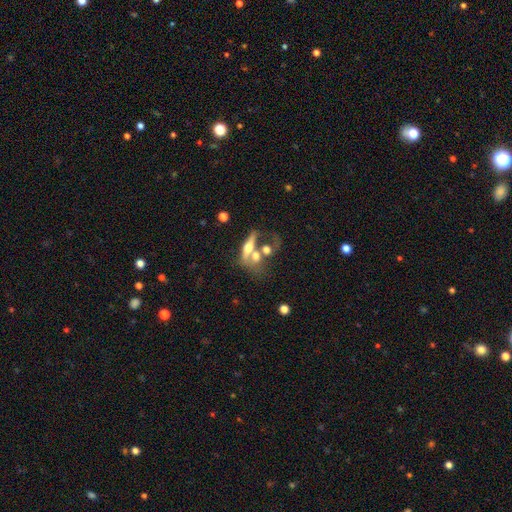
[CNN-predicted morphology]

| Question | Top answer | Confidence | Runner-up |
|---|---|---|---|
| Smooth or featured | featured or disk | 50% | smooth (40%) |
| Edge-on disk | yes | 54% | no (46%) |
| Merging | merger | 56% | none (23%) |